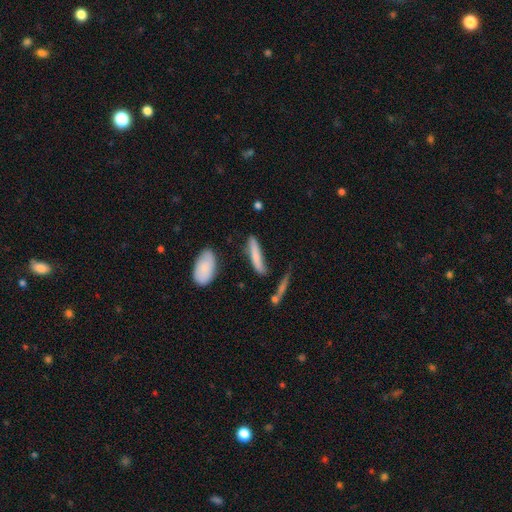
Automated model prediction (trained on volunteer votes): Smooth or featured: smooth — 71% (featured or disk — 22%)
How rounded: cigar-shaped — 84% (in between — 14%)
Merging: none — 66% (minor disturbance — 21%)